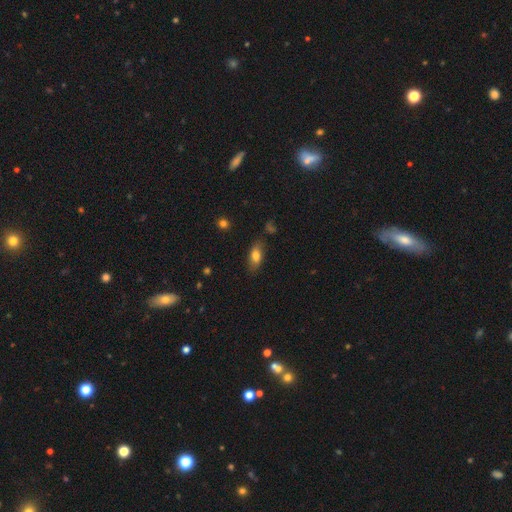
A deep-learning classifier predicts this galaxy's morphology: A smooth galaxy with no disk features (77%) that is in between round and cigar-shaped (83%). Merging: none (77%).